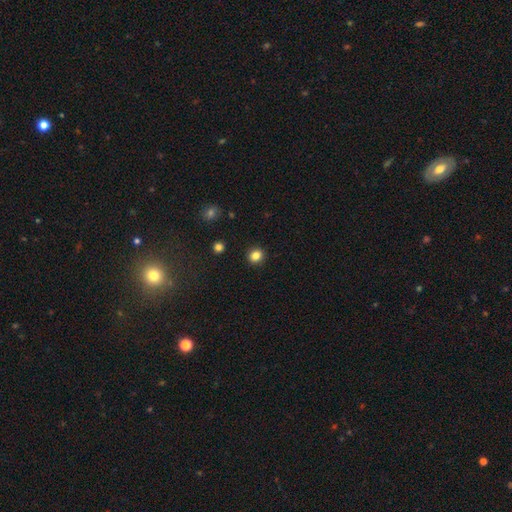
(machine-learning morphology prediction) Smooth or featured? Predicted: smooth (p=0.83). How rounded? Predicted: round (p=0.84). Merging? Predicted: none (p=0.92).